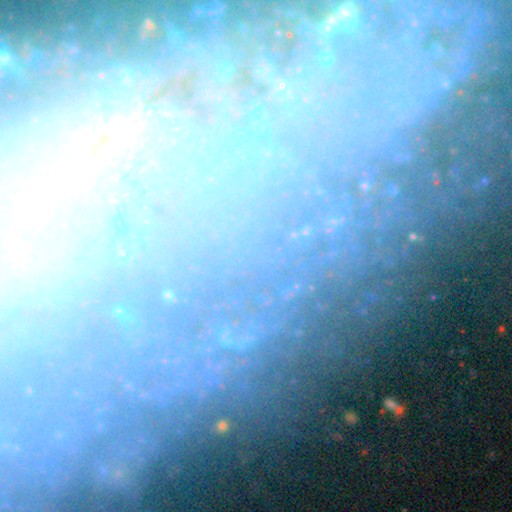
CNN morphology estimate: Overall: star or artifact (44%; featured or disk 39%).